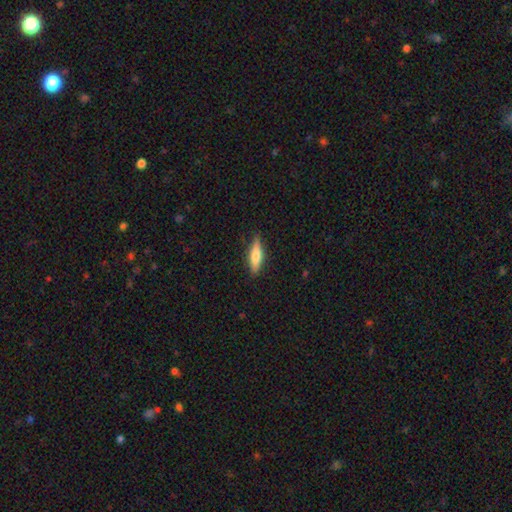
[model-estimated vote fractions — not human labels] smooth_or_featured: smooth (p=0.60) [alt: featured or disk p=0.33]
how_rounded: cigar-shaped (p=0.69) [alt: in between p=0.29]
merging: none (p=0.86) [alt: minor disturbance p=0.11]